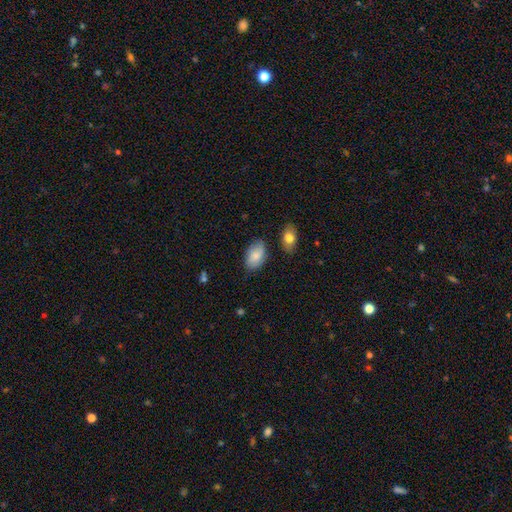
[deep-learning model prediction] This appears to be a smooth galaxy with no disk features (83%) that is in between round and cigar-shaped (93%). Merging: none (78%).